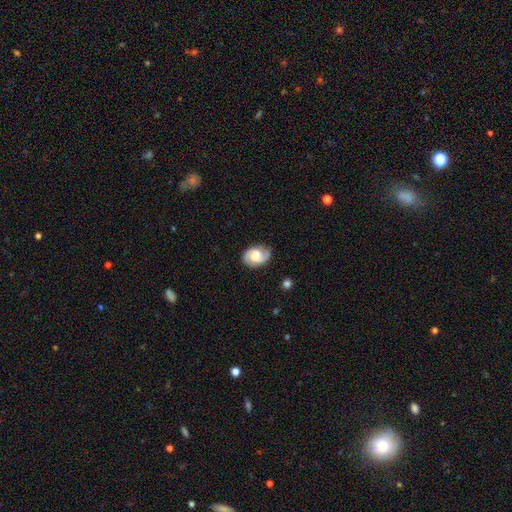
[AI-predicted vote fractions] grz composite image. It shows a featured or disk galaxy (65%) with no bar (51%), 2 (86%) medium (47%) spiral arms (92%) and a large central bulge (36%). Merging: none (76%).